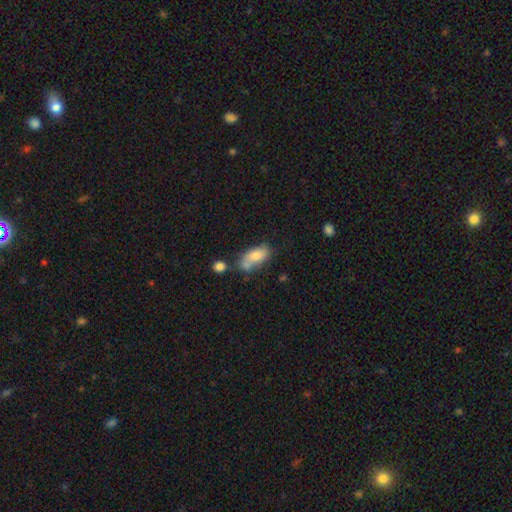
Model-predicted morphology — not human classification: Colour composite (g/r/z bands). It shows a smooth galaxy with no disk features (76%) that is in between round and cigar-shaped (88%). Merging: none (40%).